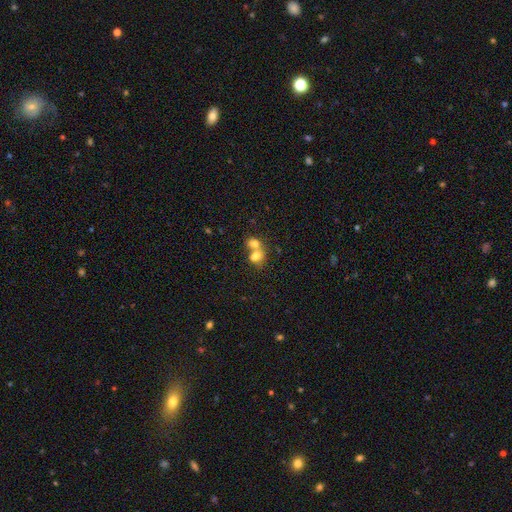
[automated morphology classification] type=smooth (75%); roundness=in between (57%); merging=merger (67%).